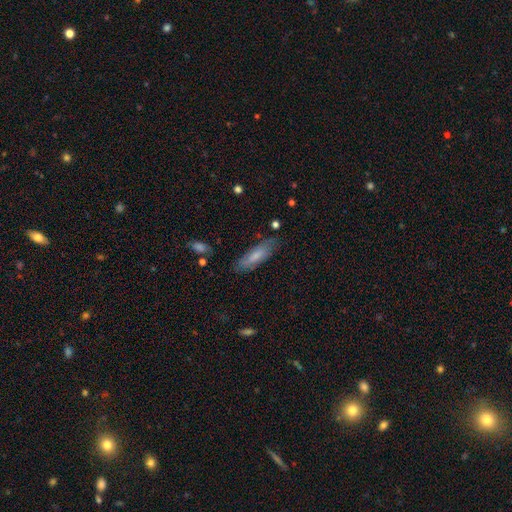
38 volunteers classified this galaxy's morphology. Smooth or featured? smooth (76%)
How rounded? in between (55%)
Merging? none (76%)